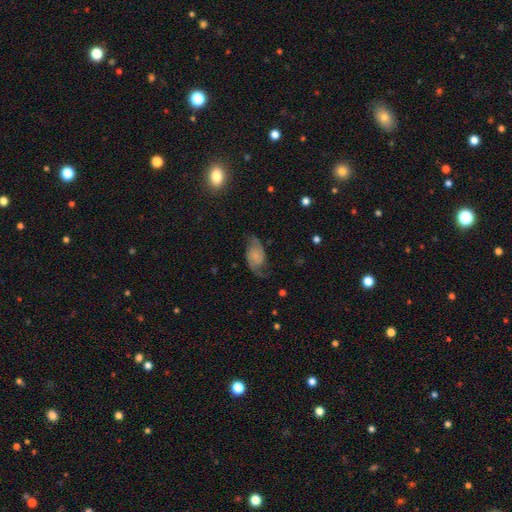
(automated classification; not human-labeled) This appears to be a featured or disk galaxy (69%) with no bar (66%), 2 (90%) loose (49%) spiral arms (93%) and no central bulge (44%). Merging: none (63%).